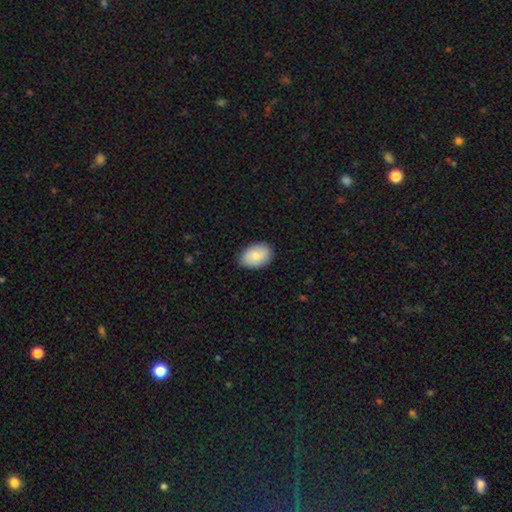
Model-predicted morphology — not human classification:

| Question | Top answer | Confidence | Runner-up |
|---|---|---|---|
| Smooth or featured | smooth | 85% | featured or disk (9%) |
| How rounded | in between | 86% | round (13%) |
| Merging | none | 85% | minor disturbance (12%) |